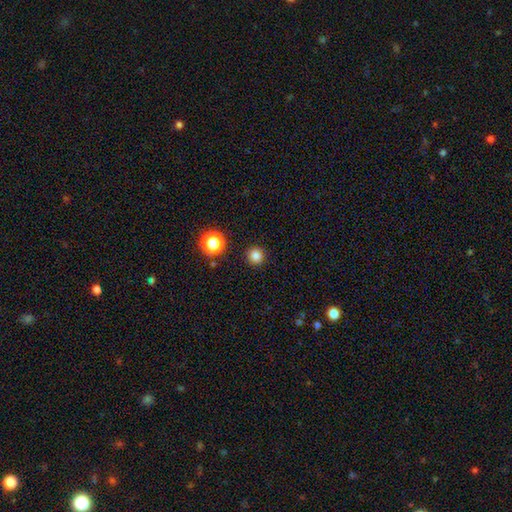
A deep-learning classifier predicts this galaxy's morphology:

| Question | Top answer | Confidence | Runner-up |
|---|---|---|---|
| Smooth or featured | smooth | 81% | star or artifact (15%) |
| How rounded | round | 94% | in between (5%) |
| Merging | none | 91% | minor disturbance (5%) |